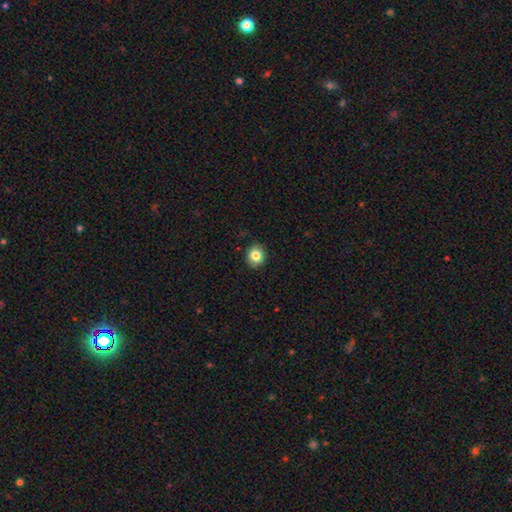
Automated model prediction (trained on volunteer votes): A smooth galaxy with no disk features (83%) that is round (70%).

Vote fractions:
- Smooth or featured? smooth: 83% / star or artifact: 10% / featured or disk: 7%
- How rounded? round: 70% / in between: 29% / cigar-shaped: 1%
- Merging? none: 89% / minor disturbance: 8% / major disturbance: 2% / merger: 1%